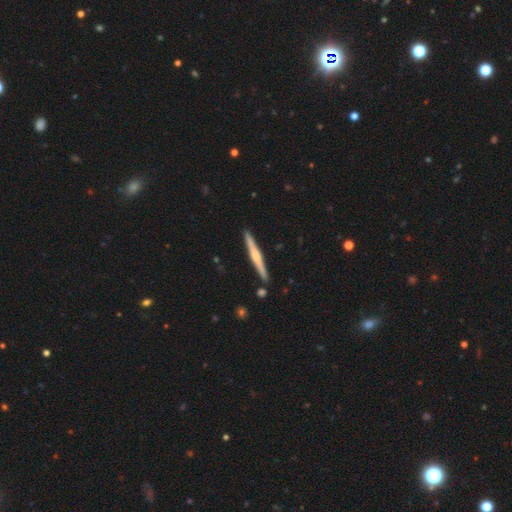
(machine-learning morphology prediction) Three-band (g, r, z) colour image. It shows a featured or disk galaxy (67%) viewed edge-on (98%) with a rounded central bulge (71%). Merging: none (90%).